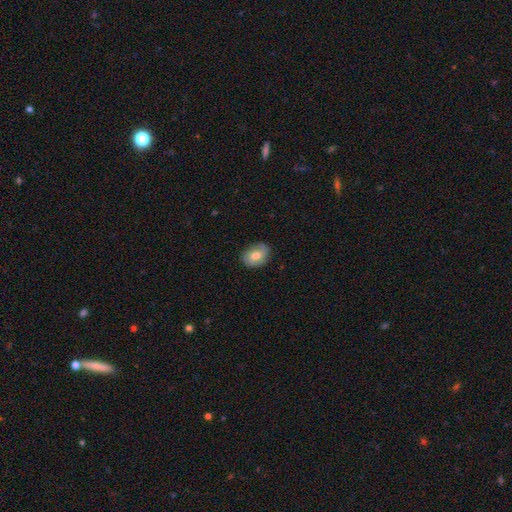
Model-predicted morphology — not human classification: The model was most divided on "smooth or featured": smooth: 67%, featured or disk: 25%, star or artifact: 7%. More confident: merging — none (80%); how rounded — in between (74%).